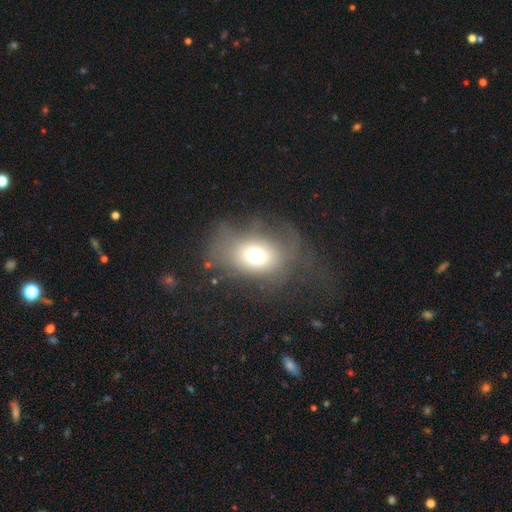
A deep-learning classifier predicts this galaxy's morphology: Smooth or featured: smooth — 60% (featured or disk — 22%)
How rounded: in between — 52% (round — 47%)
Merging: none — 45% (major disturbance — 32%)